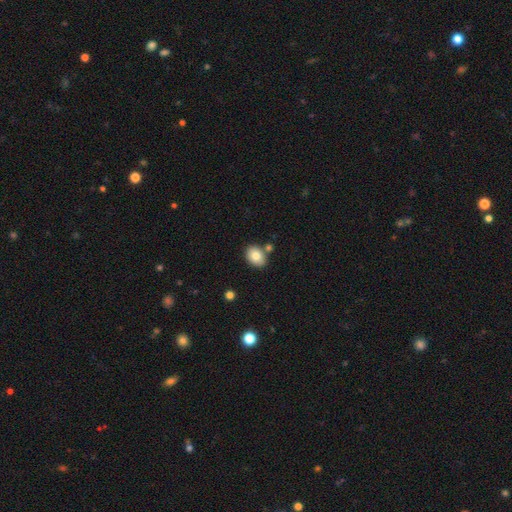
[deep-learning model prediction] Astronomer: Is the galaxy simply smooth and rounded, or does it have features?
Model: smooth — 80%.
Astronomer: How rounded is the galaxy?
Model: in between — 68%.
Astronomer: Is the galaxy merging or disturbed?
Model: none — 75%.